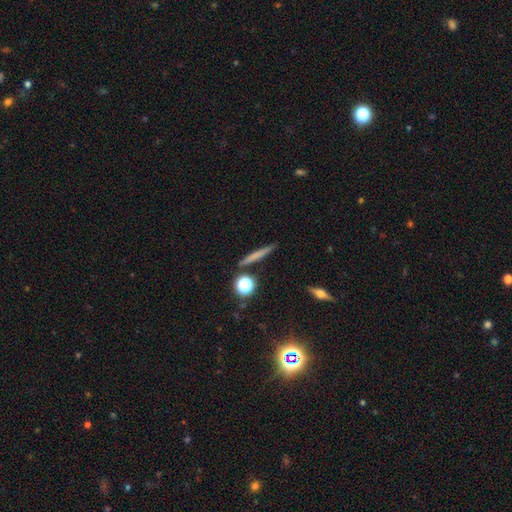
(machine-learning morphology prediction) type=smooth (62%); roundness=cigar-shaped (87%); merging=none (87%).